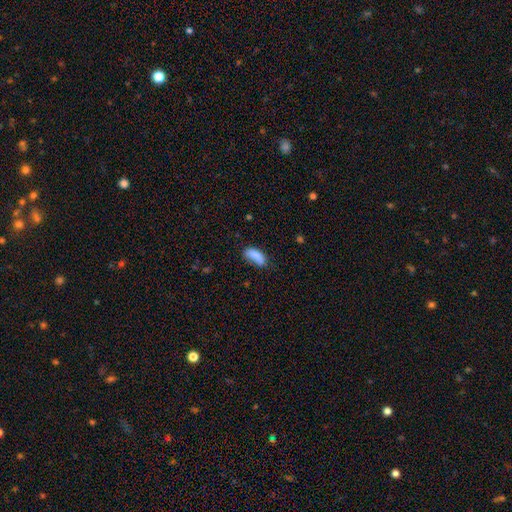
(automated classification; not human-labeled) Overall: smooth (85%). How rounded: in between (86%). Merging: none (59%; minor disturbance 29%).